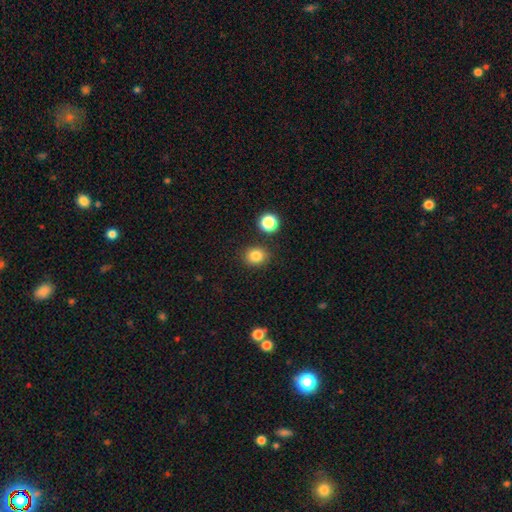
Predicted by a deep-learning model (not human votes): Smooth or featured? Predicted: smooth (p=0.84). How rounded? Predicted: round (p=0.62). Merging? Predicted: none (p=0.85).